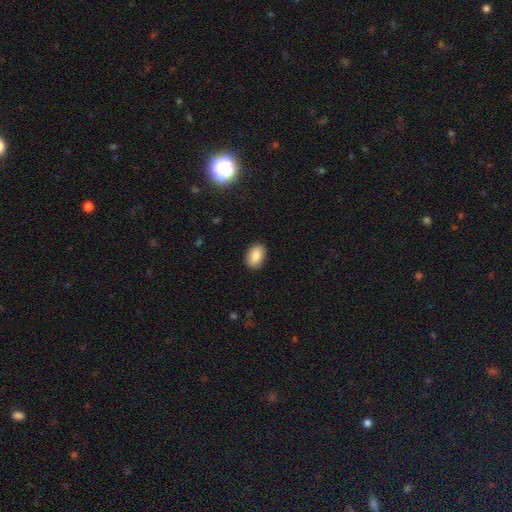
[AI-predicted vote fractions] smooth_or_featured: smooth (p=0.87) [alt: star or artifact p=0.08]
how_rounded: in between (p=0.87) [alt: round p=0.11]
merging: none (p=0.88) [alt: minor disturbance p=0.09]